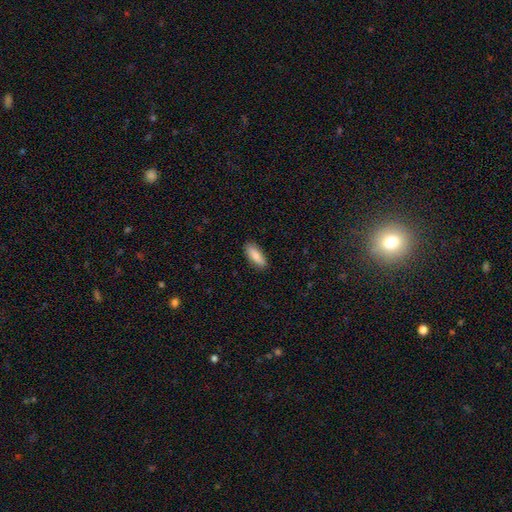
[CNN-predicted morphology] smooth 87%, featured or disk 7%, star or artifact 6%. Down the decision tree: how rounded — in between (66%); merging — none (88%).